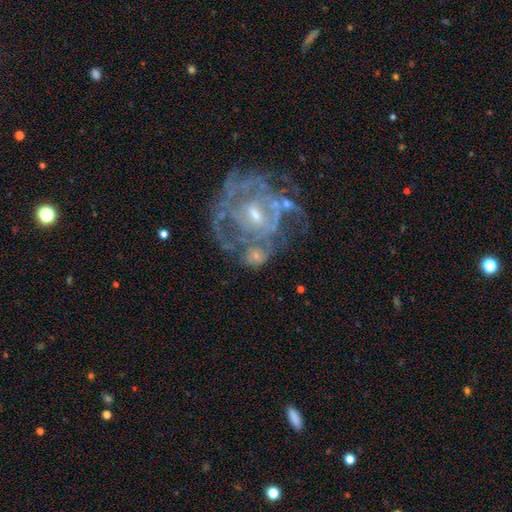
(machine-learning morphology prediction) Smooth or featured? featured or disk (69%)
Edge-on disk? no (97%)
Bar? no (44%)
Spiral arms? yes (73%)
Bulge size? moderate (44%)
Merging? none (36%)